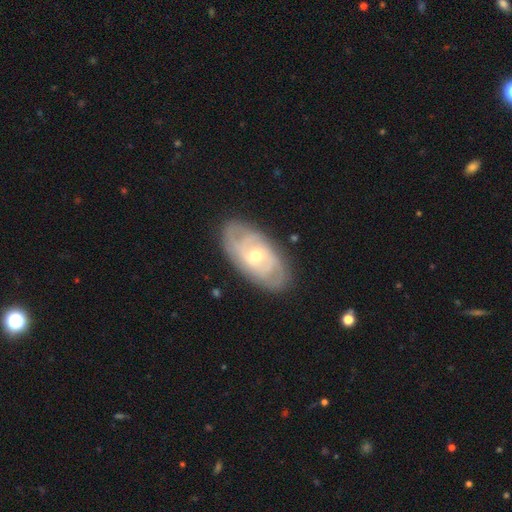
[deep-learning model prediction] Smooth or featured? featured or disk (77%)
Edge-on disk? no (93%)
Bar? no (57%)
Spiral arms? yes (87%)
Spiral winding? tight (65%)
Spiral arm count? can't tell (41%)
Bulge size? moderate (58%)
Merging? none (81%)